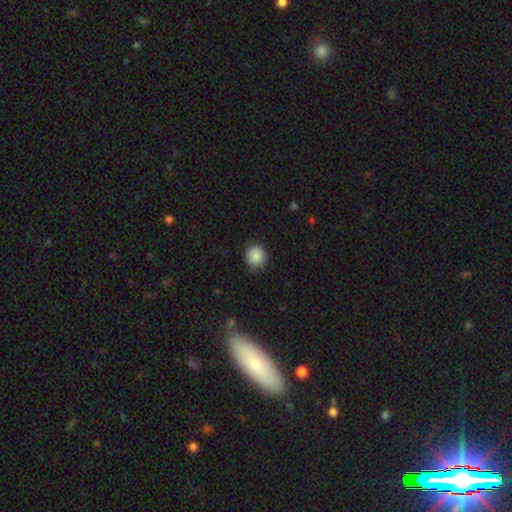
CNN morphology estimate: smooth_or_featured: smooth (p=0.87) [alt: star or artifact p=0.09]
how_rounded: round (p=0.89) [alt: in between p=0.10]
merging: none (p=0.85) [alt: minor disturbance p=0.11]